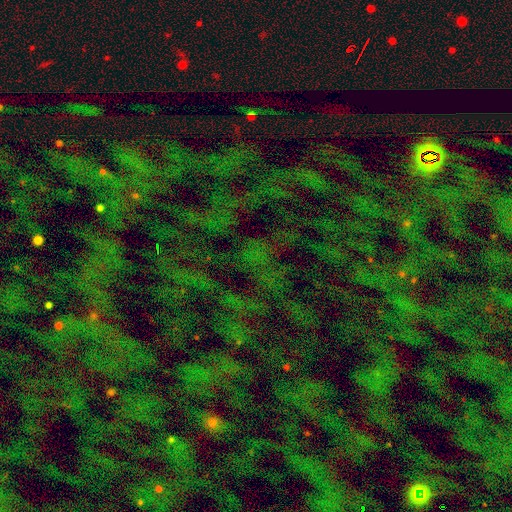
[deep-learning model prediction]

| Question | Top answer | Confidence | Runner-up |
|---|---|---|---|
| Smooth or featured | star or artifact | 74% | smooth (16%) |